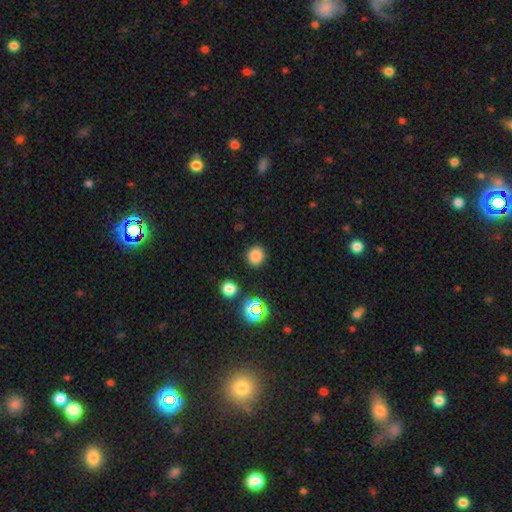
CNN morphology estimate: Q: Smooth or featured?
A: smooth (79%); runner-up: star or artifact (16%)
Q: How rounded?
A: round (85%); runner-up: in between (14%)
Q: Merging?
A: none (89%); runner-up: minor disturbance (7%)